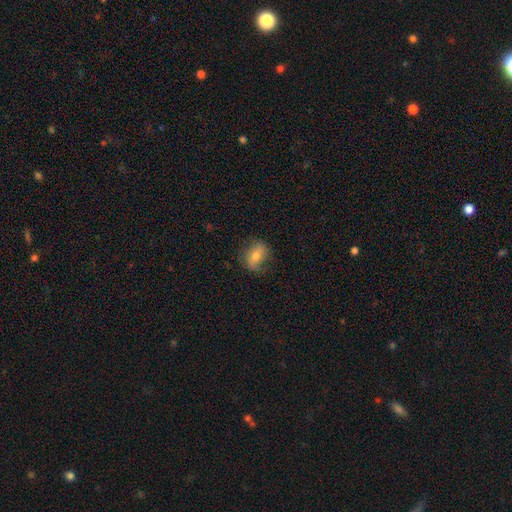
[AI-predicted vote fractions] Smooth or featured: smooth — 64% (featured or disk — 28%)
How rounded: in between — 69% (round — 28%)
Merging: none — 69% (minor disturbance — 22%)